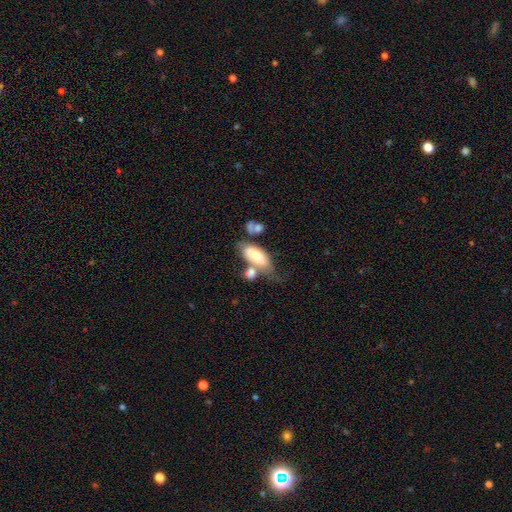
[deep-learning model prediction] A smooth galaxy with no disk features (65%) that is in between round and cigar-shaped (83%). Merging: merger (39%).